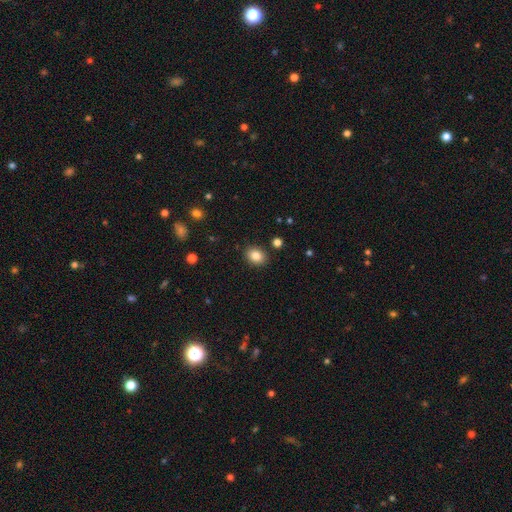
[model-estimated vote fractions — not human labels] Smooth or featured? Predicted: smooth (p=0.85). How rounded? Predicted: in between (p=0.56). Merging? Predicted: none (p=0.88).